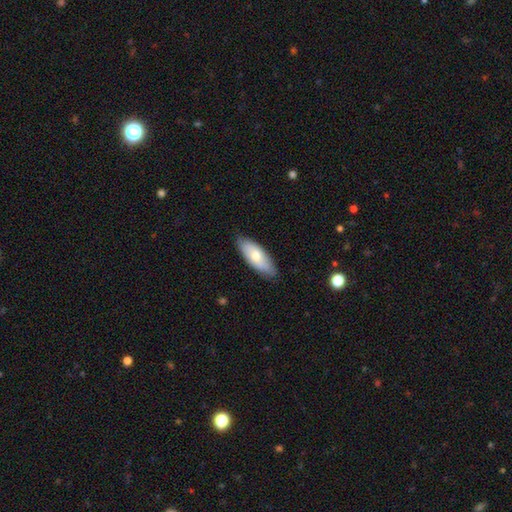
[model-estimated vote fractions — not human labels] smooth 71%, featured or disk 24%, star or artifact 5%. Down the decision tree: how rounded — in between (77%); merging — none (85%).